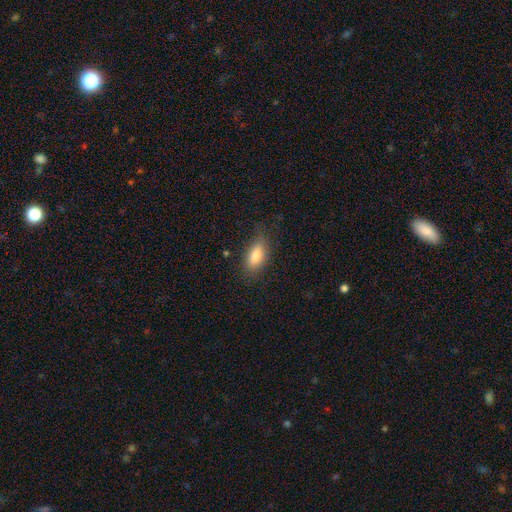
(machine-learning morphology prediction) Smooth or featured: smooth — 79% (featured or disk — 13%)
How rounded: in between — 83% (cigar-shaped — 13%)
Merging: none — 78% (minor disturbance — 17%)